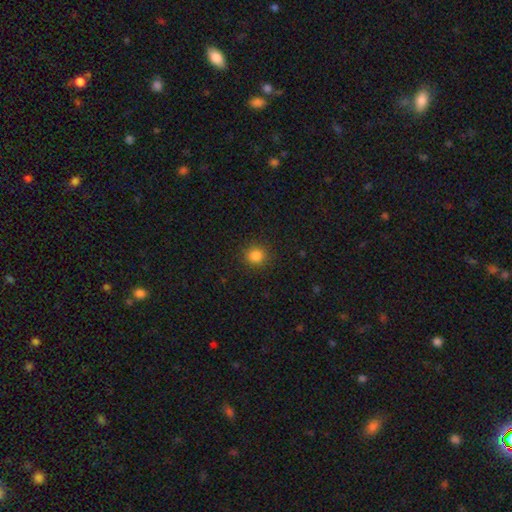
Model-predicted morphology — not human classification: The model was most divided on "smooth or featured": smooth: 84%, star or artifact: 12%, featured or disk: 4%. More confident: how rounded — round (92%); merging — none (91%).